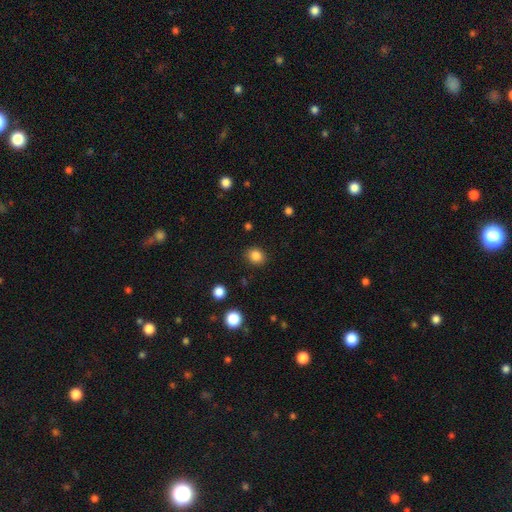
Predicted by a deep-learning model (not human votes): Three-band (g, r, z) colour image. It shows a smooth galaxy with no disk features (85%) that is round (69%). Merging: none (89%).